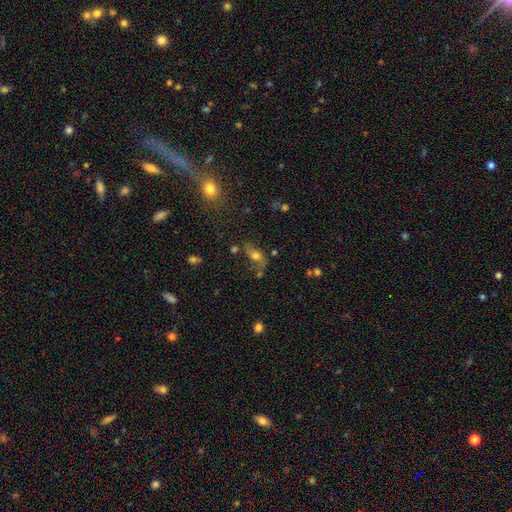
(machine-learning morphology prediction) smooth 53%, featured or disk 33%, star or artifact 14%. Down the decision tree: how rounded — in between (72%); merging — none (55%).